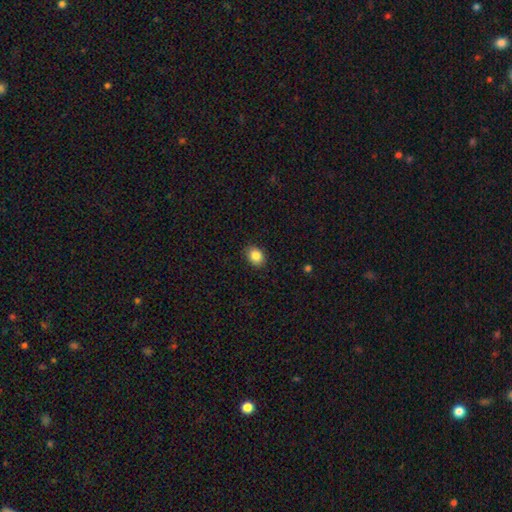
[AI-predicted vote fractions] Smooth or featured? Predicted: smooth (p=0.86). How rounded? Predicted: in between (p=0.50). Merging? Predicted: none (p=0.88).